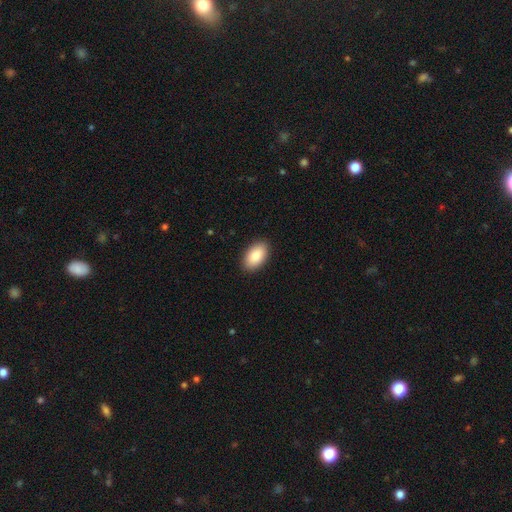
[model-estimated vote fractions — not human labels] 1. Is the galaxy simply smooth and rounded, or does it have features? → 88% smooth, 6% star or artifact, 6% featured or disk.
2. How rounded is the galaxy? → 95% in between, 4% round, 1% cigar-shaped.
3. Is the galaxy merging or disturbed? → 90% none, 7% minor disturbance, 2% major disturbance, 1% merger.